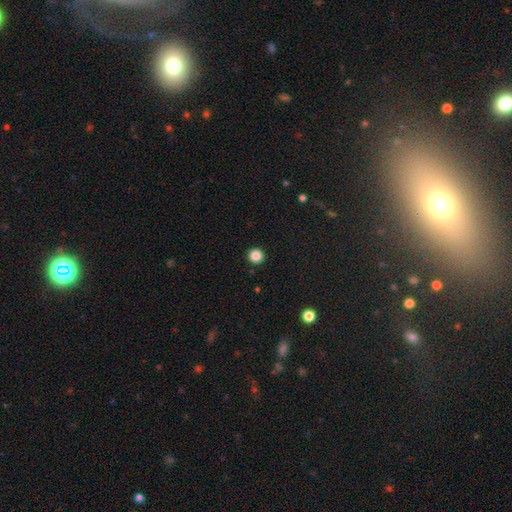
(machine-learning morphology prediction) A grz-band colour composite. It shows a smooth galaxy with no disk features (86%) that is round (95%). Merging: none (93%).